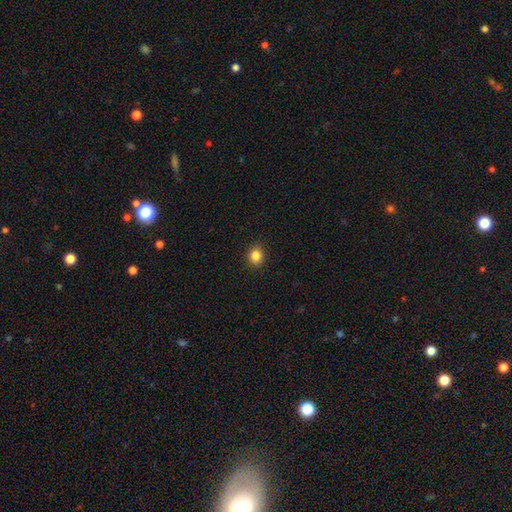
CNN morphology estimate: type=smooth (85%); roundness=round (75%); merging=none (90%).